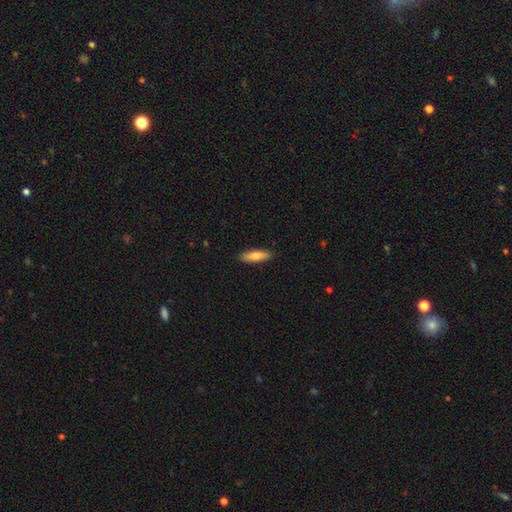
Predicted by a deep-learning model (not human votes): Smooth or featured? smooth (73%)
How rounded? cigar-shaped (56%)
Merging? none (89%)